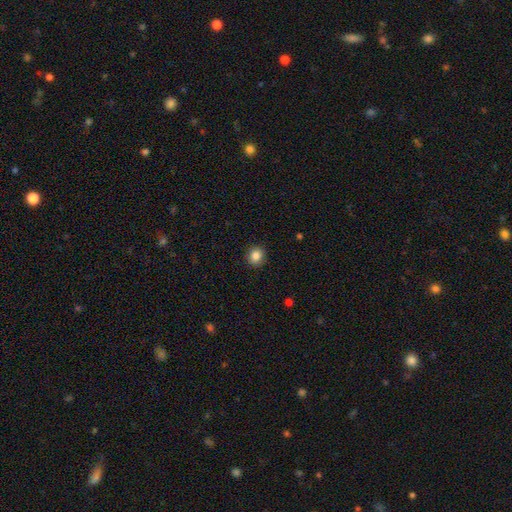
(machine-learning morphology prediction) Smooth or featured?
  - smooth: 86% *
  - star or artifact: 10%
  - featured or disk: 4%
How rounded?
  - round: 83% *
  - in between: 16%
  - cigar-shaped: 1%
Merging?
  - none: 91% *
  - minor disturbance: 6%
  - major disturbance: 2%
  - merger: 1%